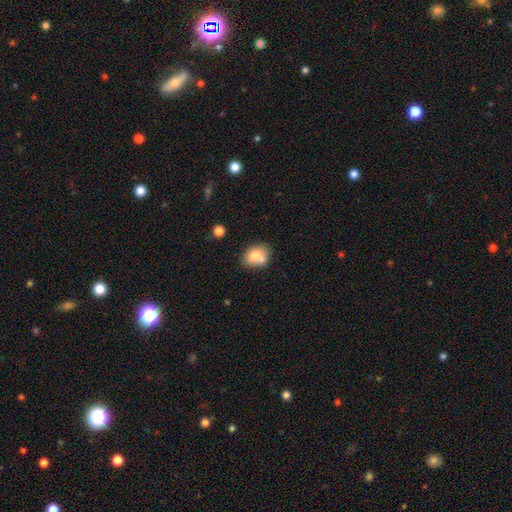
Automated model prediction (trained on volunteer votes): Q: Smooth or featured?
A: smooth (75%); runner-up: featured or disk (16%)
Q: How rounded?
A: in between (57%); runner-up: round (42%)
Q: Merging?
A: none (52%); runner-up: merger (26%)